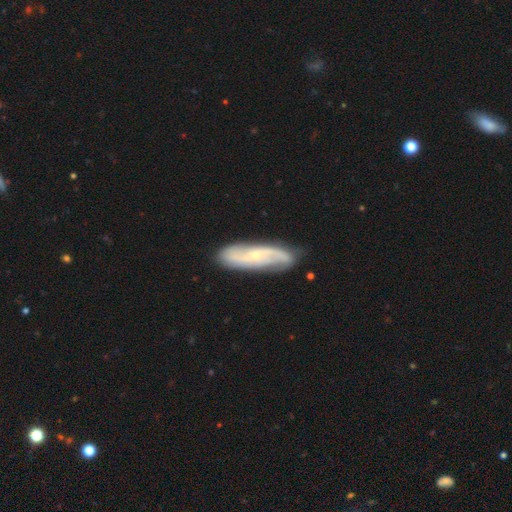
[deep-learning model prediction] This is likely a featured or disk galaxy (73%). It is clearly not viewed edge-on (82%). Bar: possibly no (60%). Spiral arm pattern: clearly yes (92%). Spiral arm count: likely 2 (65%). Spiral winding: marginally medium (40%). Central bulge: likely small (73%). Merging: likely none (79%).